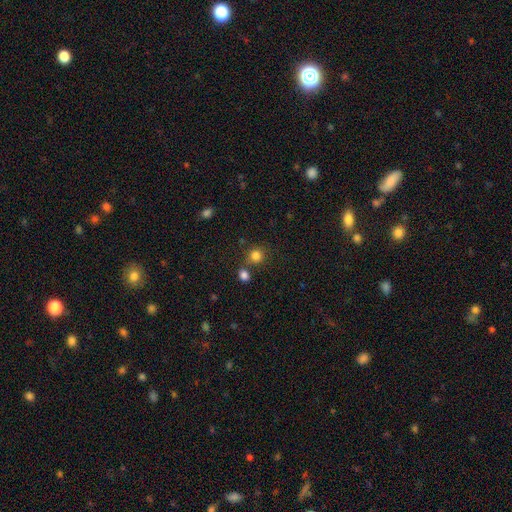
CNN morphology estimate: This is clearly a smooth galaxy (82%). How rounded: clearly round (86%). Merging: likely none (67%).